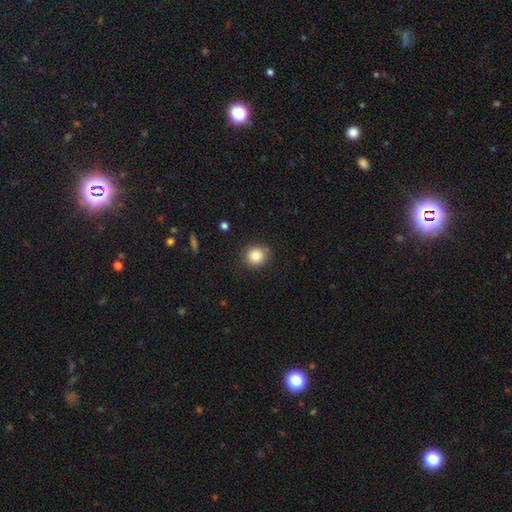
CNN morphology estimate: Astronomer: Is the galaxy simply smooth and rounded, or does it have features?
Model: smooth — 84%.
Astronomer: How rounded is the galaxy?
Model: round — 90%.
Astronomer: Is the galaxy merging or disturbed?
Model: none — 88%.